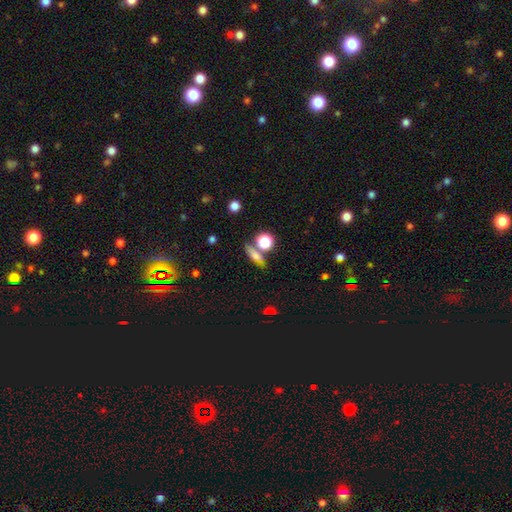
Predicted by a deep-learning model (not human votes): Smooth or featured: smooth — 66% (featured or disk — 20%)
How rounded: cigar-shaped — 40% (in between — 36%)
Merging: none — 64% (merger — 18%)